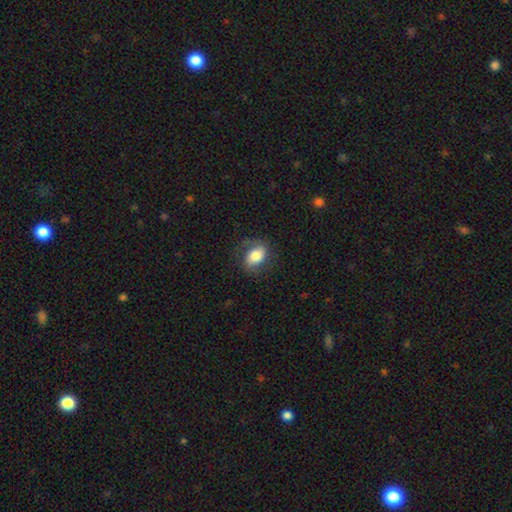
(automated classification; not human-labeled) smooth-or-featured: smooth: 64% | featured or disk: 28% | star or artifact: 8%
  how-rounded: in between: 77% | round: 21% | cigar-shaped: 2%
  merging: none: 68% | minor disturbance: 20% | major disturbance: 11% | merger: 1%